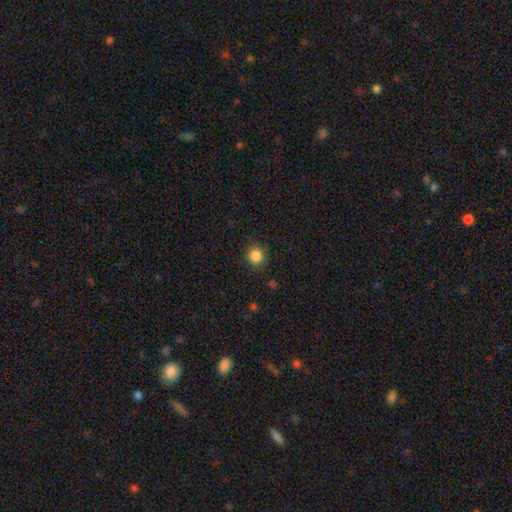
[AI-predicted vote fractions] smooth 85%, star or artifact 11%, featured or disk 4%. Down the decision tree: how rounded — round (87%); merging — none (87%).